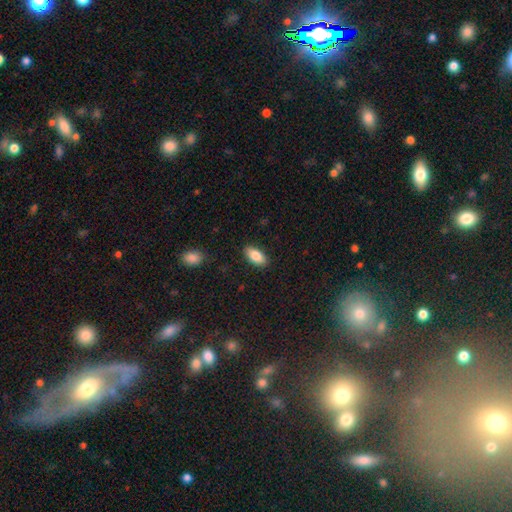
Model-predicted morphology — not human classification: smooth_or_featured: smooth (p=0.85) [alt: featured or disk p=0.08]
how_rounded: in between (p=0.91) [alt: cigar-shaped p=0.07]
merging: none (p=0.87) [alt: minor disturbance p=0.09]